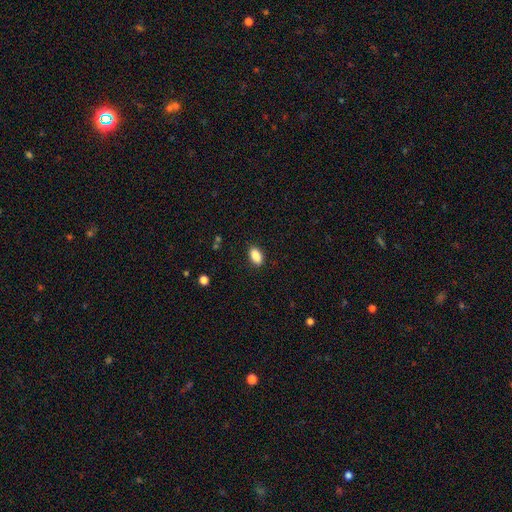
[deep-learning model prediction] smooth_or_featured: smooth (p=0.88) [alt: star or artifact p=0.08]
how_rounded: in between (p=0.92) [alt: round p=0.06]
merging: none (p=0.88) [alt: minor disturbance p=0.09]